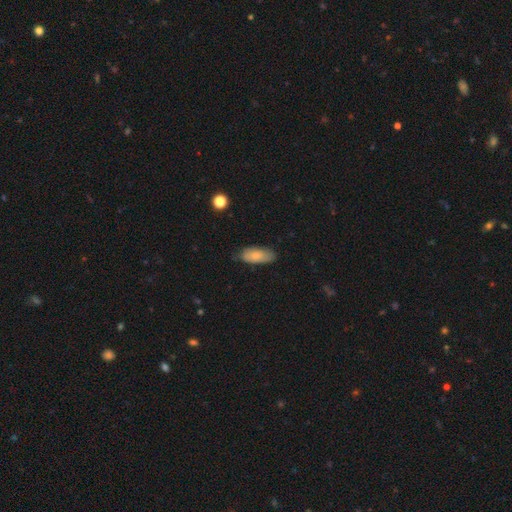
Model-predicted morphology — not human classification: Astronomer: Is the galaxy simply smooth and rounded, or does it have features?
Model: smooth — 77%.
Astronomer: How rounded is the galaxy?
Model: in between — 84%.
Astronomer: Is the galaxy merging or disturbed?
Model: none — 71%.